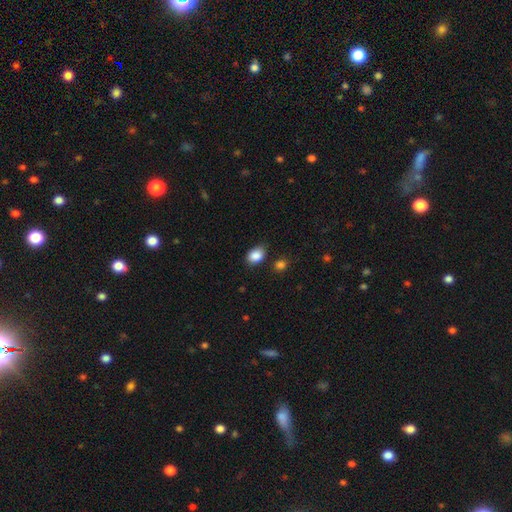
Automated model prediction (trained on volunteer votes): Smooth or featured?
  - smooth: 88% *
  - star or artifact: 9%
  - featured or disk: 4%
How rounded?
  - in between: 71% *
  - round: 28%
  - cigar-shaped: 1%
Merging?
  - none: 77% *
  - minor disturbance: 16%
  - merger: 4%
  - major disturbance: 3%